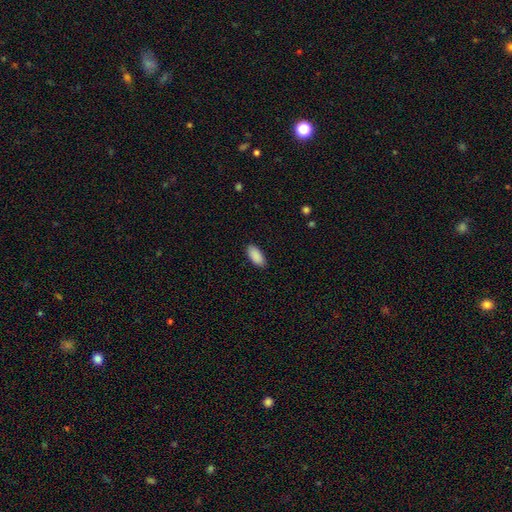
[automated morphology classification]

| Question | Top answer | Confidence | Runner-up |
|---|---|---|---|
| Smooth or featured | smooth | 91% | star or artifact (6%) |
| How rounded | in between | 91% | cigar-shaped (7%) |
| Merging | none | 89% | minor disturbance (8%) |